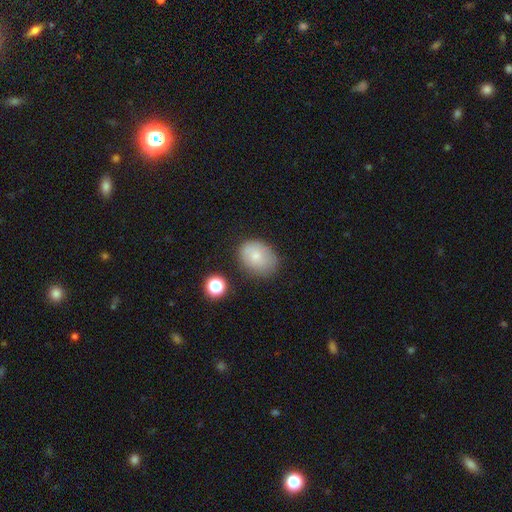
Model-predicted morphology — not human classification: Smooth or featured?
  - smooth: 75% *
  - featured or disk: 15%
  - star or artifact: 10%
How rounded?
  - in between: 65% *
  - round: 34%
  - cigar-shaped: 1%
Merging?
  - none: 70% *
  - minor disturbance: 21%
  - major disturbance: 5%
  - merger: 4%